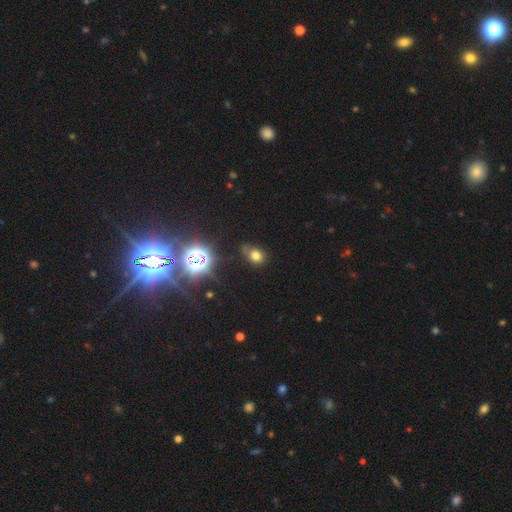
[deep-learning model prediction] smooth_or_featured: smooth (p=0.70) [alt: star or artifact p=0.22]
how_rounded: round (p=0.53) [alt: in between p=0.46]
merging: none (p=0.59) [alt: minor disturbance p=0.26]